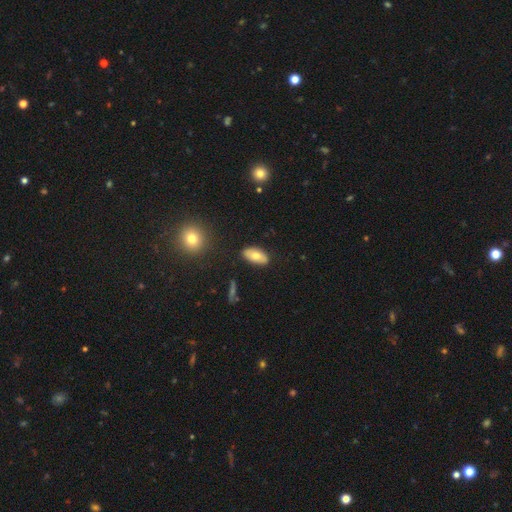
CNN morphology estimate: Smooth or featured? smooth (68%)
How rounded? in between (92%)
Merging? none (85%)